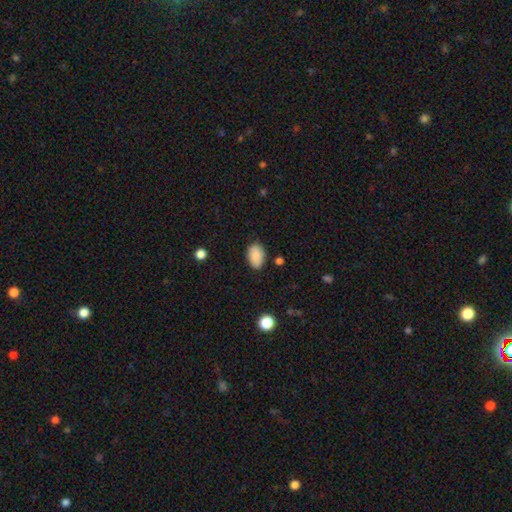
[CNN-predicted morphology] smooth-or-featured: smooth: 88% | star or artifact: 7% | featured or disk: 5%
  how-rounded: in between: 90% | round: 9% | cigar-shaped: 1%
  merging: none: 80% | minor disturbance: 15% | major disturbance: 3% | merger: 2%